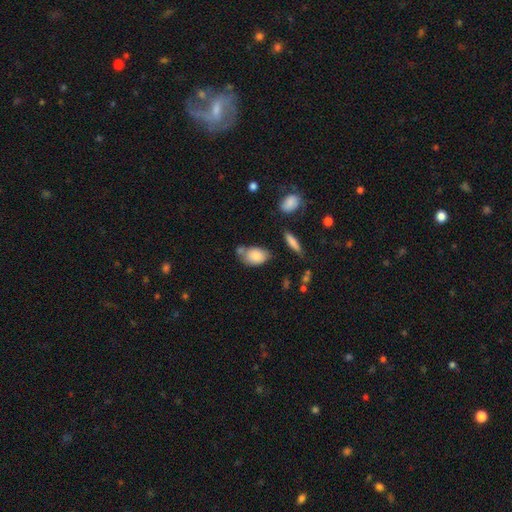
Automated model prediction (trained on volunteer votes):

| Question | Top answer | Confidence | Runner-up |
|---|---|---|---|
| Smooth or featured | smooth | 81% | featured or disk (11%) |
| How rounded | in between | 87% | round (11%) |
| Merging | none | 55% | merger (20%) |